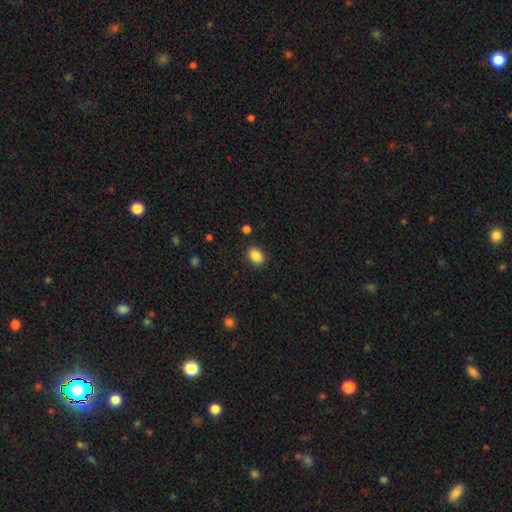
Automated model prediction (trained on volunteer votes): The model was most divided on "how rounded": in between: 71%, round: 28%, cigar-shaped: 1%. More confident: merging — none (87%); smooth or featured — smooth (86%).